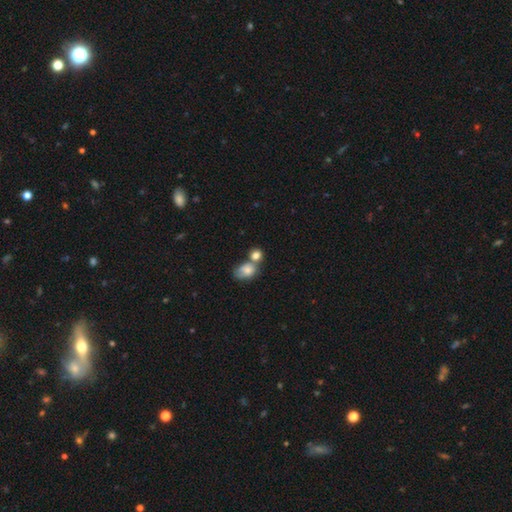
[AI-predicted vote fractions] Overall: smooth (80%). How rounded: round (62%; in between 36%). Merging: merger (49%; none 35%).